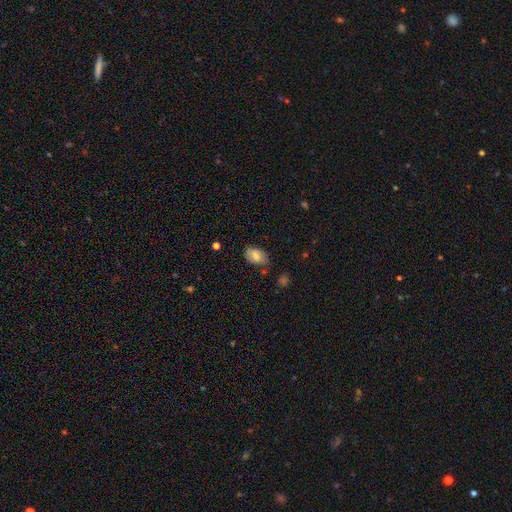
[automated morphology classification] This appears to be a smooth galaxy with no disk features (76%) that is in between round and cigar-shaped (90%). Merging: none (72%).